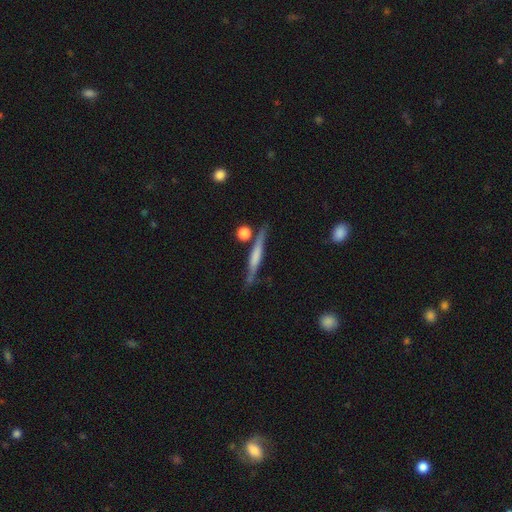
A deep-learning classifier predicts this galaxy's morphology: Smooth or featured? featured or disk (54%)
Edge-on disk? yes (95%)
Edge-on bulge? none (38%)
Merging? none (78%)